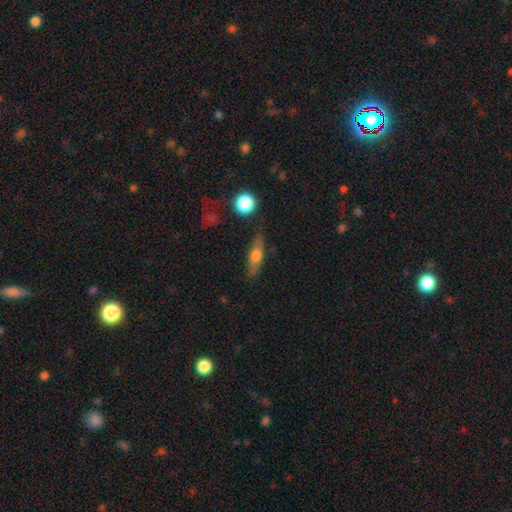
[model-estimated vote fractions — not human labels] This appears to be a smooth galaxy with no disk features (50%). Merging: none (80%).